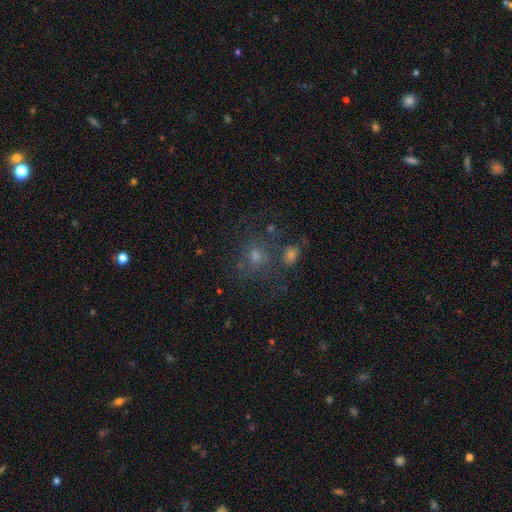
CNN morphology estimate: type=smooth (43%); merging=none (53%).